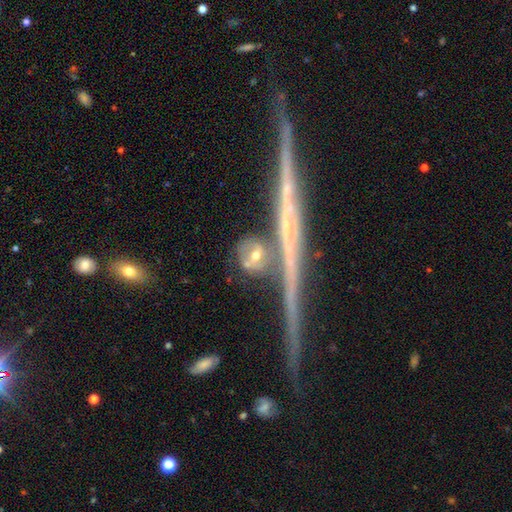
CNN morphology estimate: Q: Smooth or featured?
A: smooth (42%); tied with: featured or disk (42%)
Q: Merging?
A: none (59%); runner-up: merger (17%)